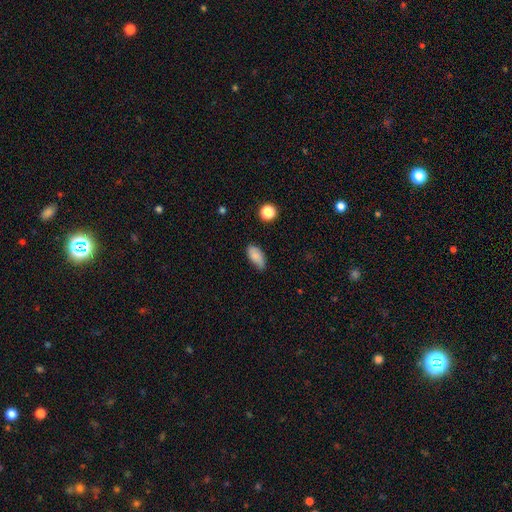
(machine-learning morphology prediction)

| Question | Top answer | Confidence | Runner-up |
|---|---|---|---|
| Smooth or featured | smooth | 84% | star or artifact (8%) |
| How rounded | in between | 91% | cigar-shaped (5%) |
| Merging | none | 65% | minor disturbance (29%) |